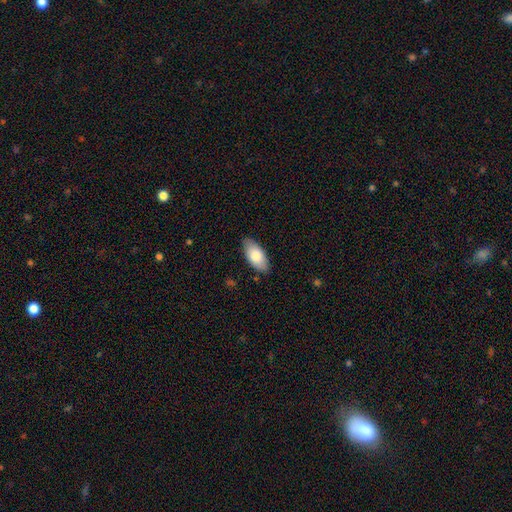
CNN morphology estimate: The model was most divided on "smooth or featured": smooth: 81%, featured or disk: 13%, star or artifact: 6%. More confident: how rounded — in between (93%); merging — none (84%).